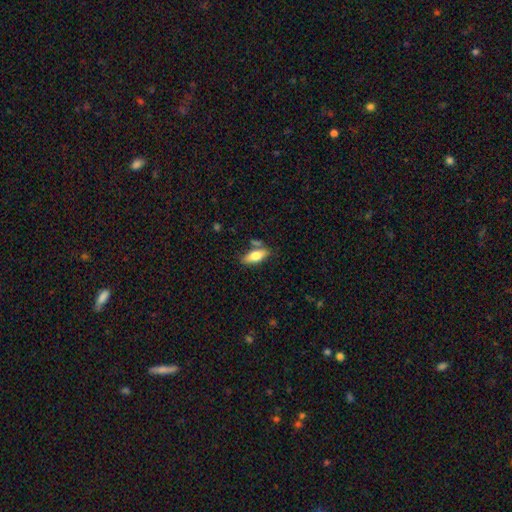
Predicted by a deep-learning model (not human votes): This is likely a smooth galaxy (72%). How rounded: likely in between (74%). Merging: likely none (67%).